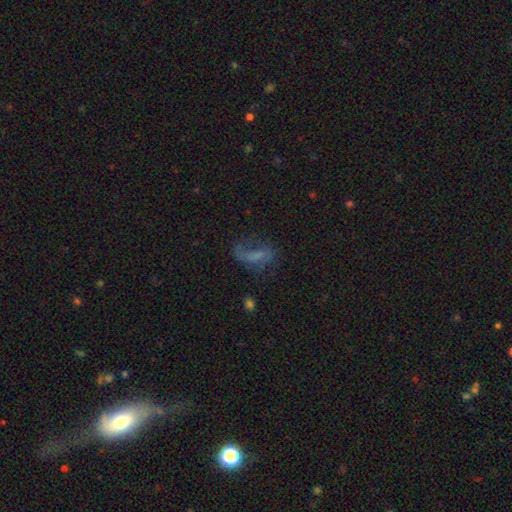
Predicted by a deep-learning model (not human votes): Smooth or featured?
  - featured or disk: 43% *
  - smooth: 40%
  - star or artifact: 16%
Merging?
  - none: 38% *
  - major disturbance: 37%
  - minor disturbance: 21%
  - merger: 4%